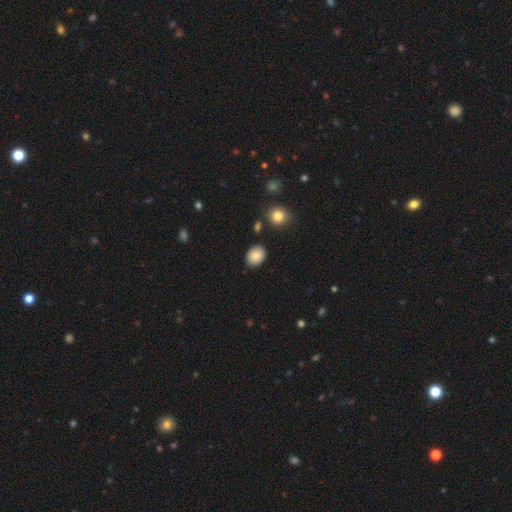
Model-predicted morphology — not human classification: The model was most divided on "how rounded": in between: 66%, round: 33%, cigar-shaped: 1%. More confident: smooth or featured — smooth (87%); merging — none (86%).